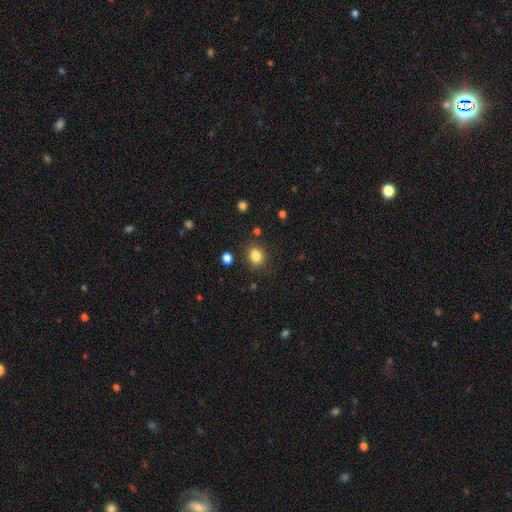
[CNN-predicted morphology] smooth 84%, star or artifact 11%, featured or disk 5%. Down the decision tree: how rounded — round (54%); merging — none (80%).